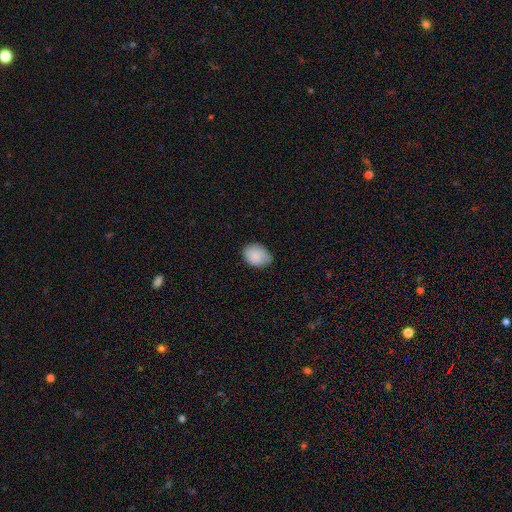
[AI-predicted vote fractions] A smooth galaxy with no disk features (88%) that is in between round and cigar-shaped (68%).

Vote fractions:
- Smooth or featured? smooth: 88% / star or artifact: 7% / featured or disk: 5%
- How rounded? in between: 68% / round: 31% / cigar-shaped: 1%
- Merging? none: 68% / minor disturbance: 27% / major disturbance: 4% / merger: 1%